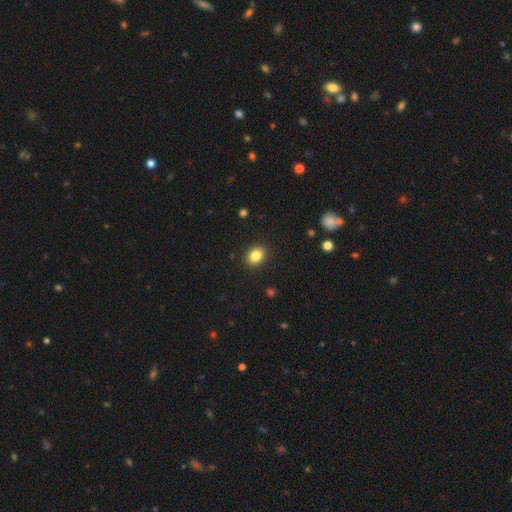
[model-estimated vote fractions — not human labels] This is clearly a smooth galaxy (84%). How rounded: possibly in between (53%). Merging: clearly none (90%).